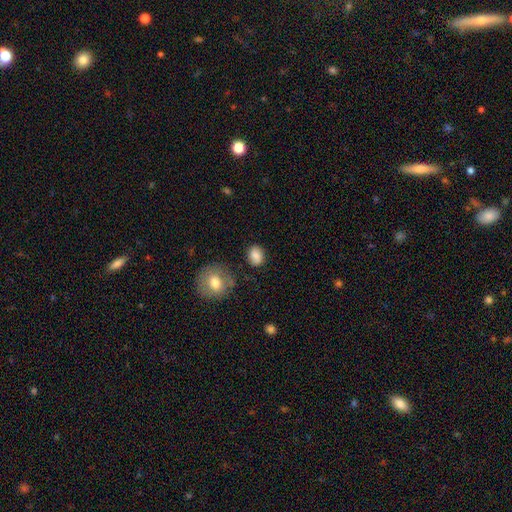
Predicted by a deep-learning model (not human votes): A smooth galaxy with no disk features (84%) that is in between round and cigar-shaped (54%). Merging: none (80%).